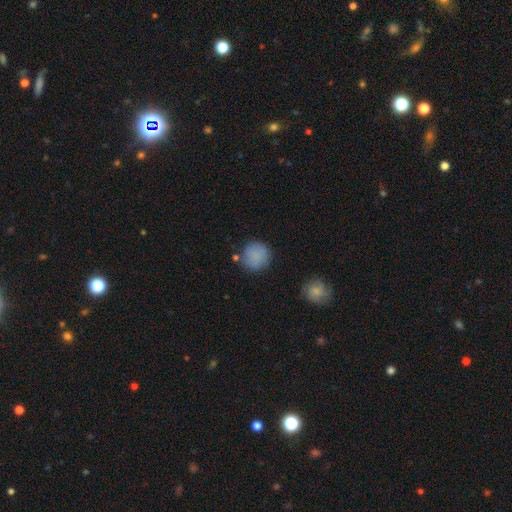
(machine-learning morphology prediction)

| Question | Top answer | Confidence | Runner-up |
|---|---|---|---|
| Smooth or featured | smooth | 85% | star or artifact (8%) |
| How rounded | round | 91% | in between (8%) |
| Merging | none | 77% | minor disturbance (13%) |